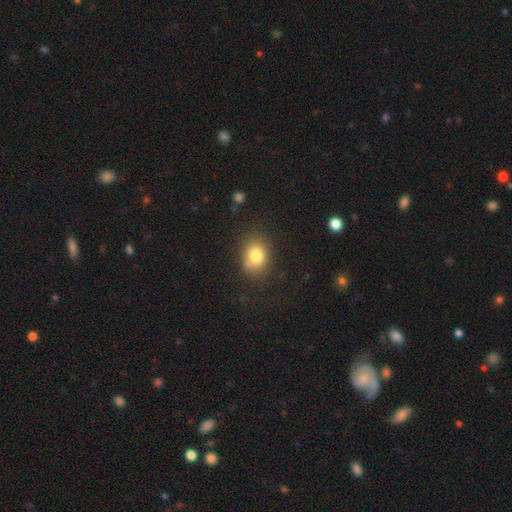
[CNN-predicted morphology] smooth-or-featured: smooth: 80% | star or artifact: 10% | featured or disk: 10%
  how-rounded: in between: 56% | round: 43% | cigar-shaped: 1%
  merging: none: 75% | minor disturbance: 17% | major disturbance: 5% | merger: 4%